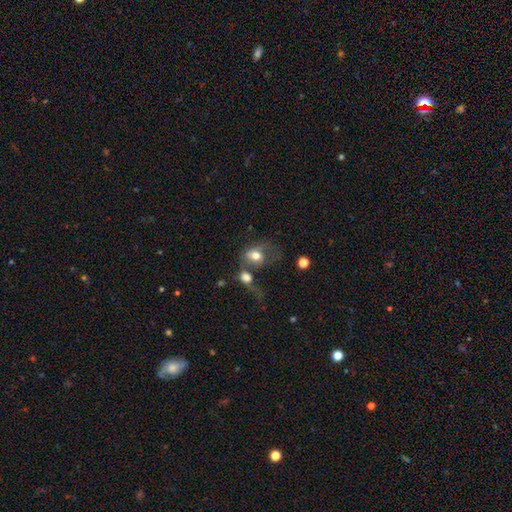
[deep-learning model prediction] This appears to be a smooth galaxy with no disk features (67%) that is in between round and cigar-shaped (60%). Merging: merger (34%).